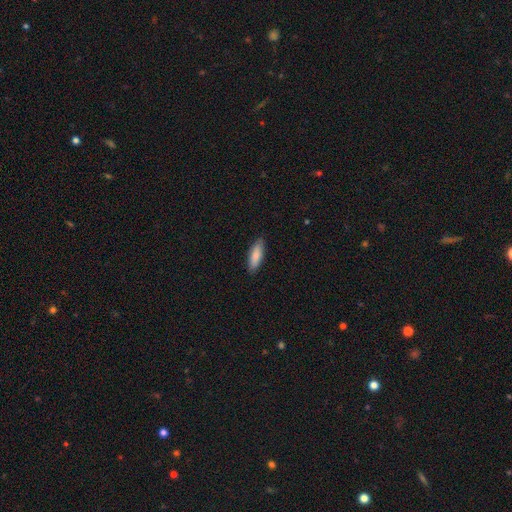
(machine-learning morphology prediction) The model was most divided on "how rounded": in between: 53%, cigar-shaped: 46%, round: 2%. More confident: merging — none (88%); smooth or featured — smooth (86%).